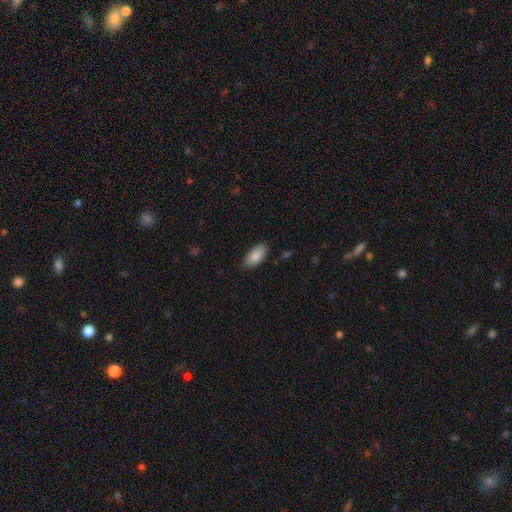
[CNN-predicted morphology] smooth_or_featured: smooth (p=0.87) [alt: featured or disk p=0.07]
how_rounded: in between (p=0.93) [alt: cigar-shaped p=0.05]
merging: none (p=0.81) [alt: minor disturbance p=0.15]